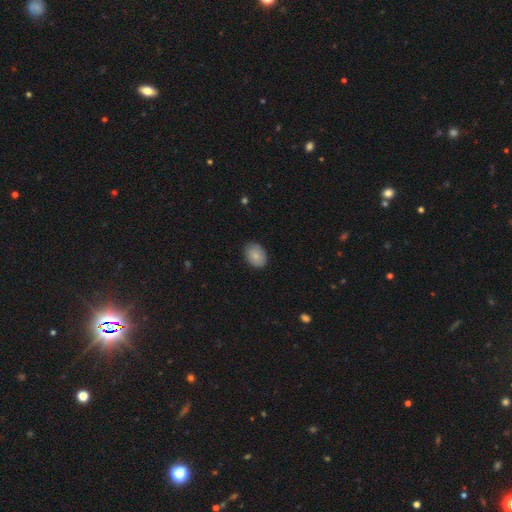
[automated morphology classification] smooth_or_featured: smooth (p=0.84) [alt: featured or disk p=0.09]
how_rounded: in between (p=0.75) [alt: round p=0.24]
merging: none (p=0.85) [alt: minor disturbance p=0.12]